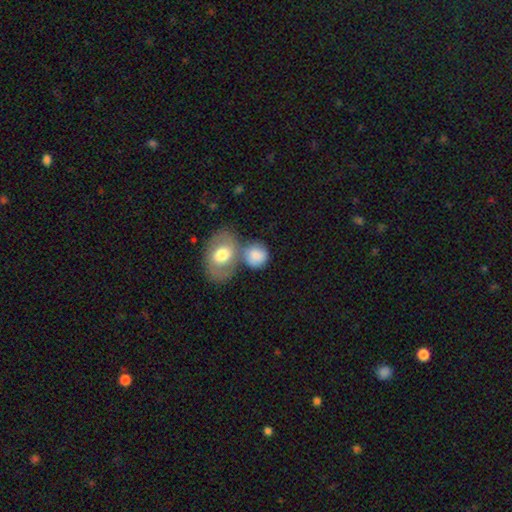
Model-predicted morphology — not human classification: Q: Smooth or featured?
A: smooth (78%); runner-up: featured or disk (15%)
Q: How rounded?
A: round (71%); runner-up: in between (28%)
Q: Merging?
A: merger (40%); tied with: none (40%)